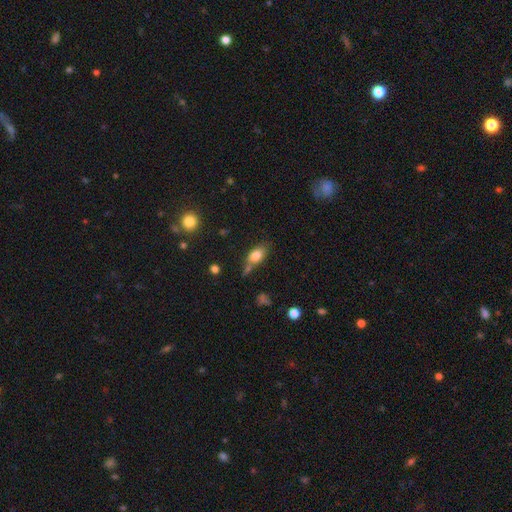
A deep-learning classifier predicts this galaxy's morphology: Smooth or featured: smooth — 78% (featured or disk — 13%)
How rounded: in between — 85% (round — 8%)
Merging: none — 56% (minor disturbance — 21%)